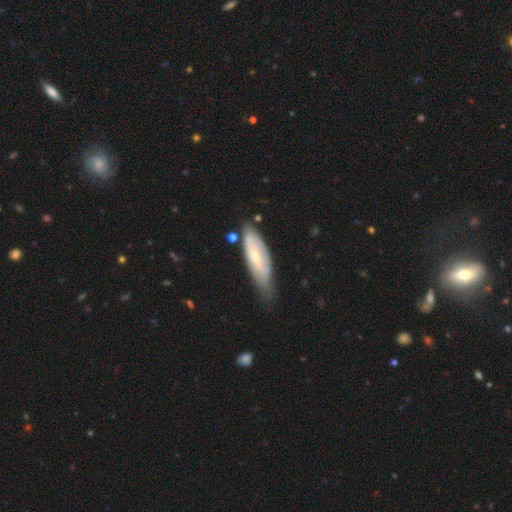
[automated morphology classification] Smooth or featured? smooth (48%)
Merging? none (49%)